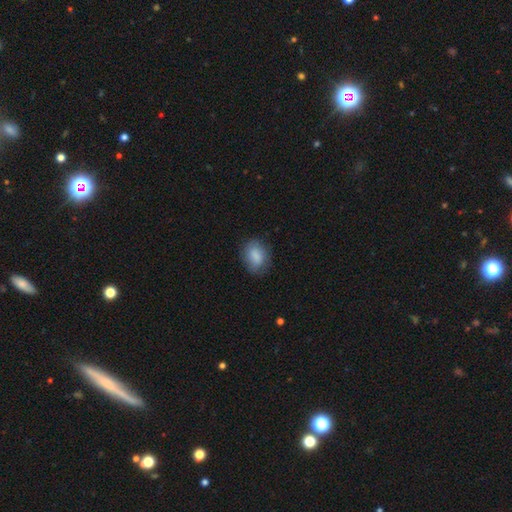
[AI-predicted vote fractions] Smooth or featured?
  - smooth: 84% *
  - featured or disk: 9%
  - star or artifact: 7%
How rounded?
  - in between: 73% *
  - round: 26%
  - cigar-shaped: 1%
Merging?
  - none: 76% *
  - minor disturbance: 18%
  - major disturbance: 5%
  - merger: 1%